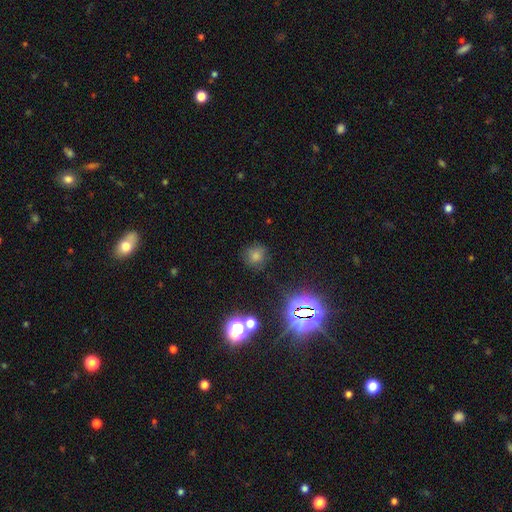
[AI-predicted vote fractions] Overall: smooth (46%; star or artifact 44%). Merging: none (84%).